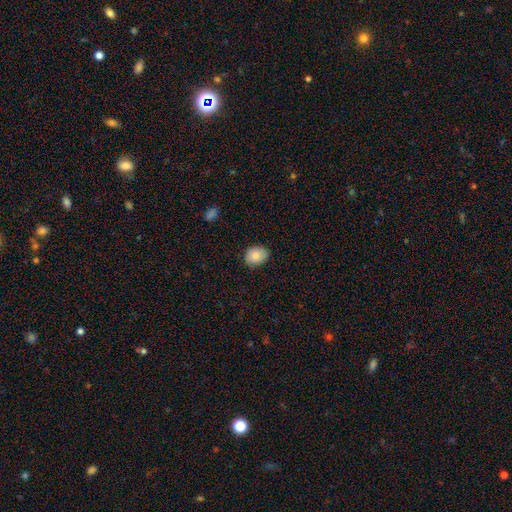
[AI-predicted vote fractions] The model was most divided on "how rounded": in between: 59%, round: 41%, cigar-shaped: 1%. More confident: smooth or featured — smooth (88%); merging — none (83%).